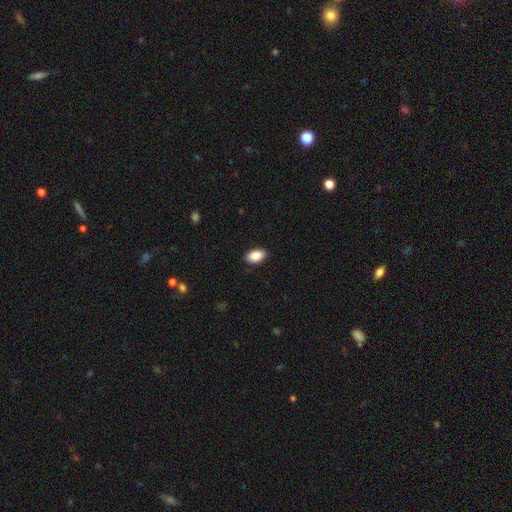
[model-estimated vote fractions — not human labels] Smooth or featured? Predicted: smooth (p=0.89). How rounded? Predicted: in between (p=0.93). Merging? Predicted: none (p=0.90).